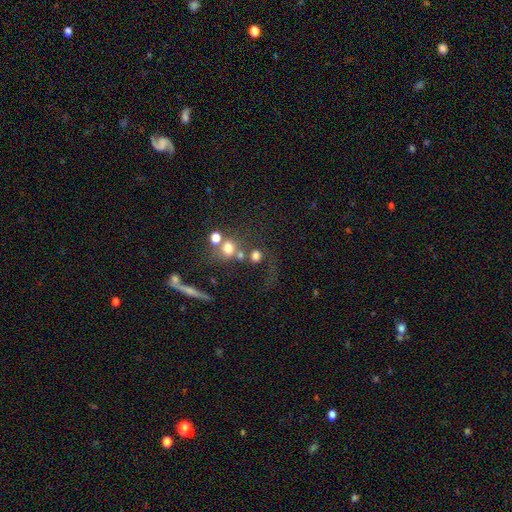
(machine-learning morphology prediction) smooth_or_featured: smooth (p=0.68) [alt: star or artifact p=0.17]
how_rounded: round (p=0.78) [alt: in between p=0.20]
merging: none (p=0.43) [alt: merger p=0.32]